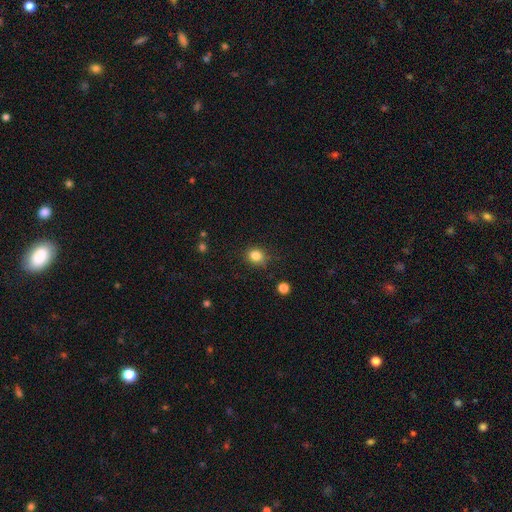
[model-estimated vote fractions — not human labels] Smooth or featured? smooth (83%)
How rounded? round (70%)
Merging? none (82%)